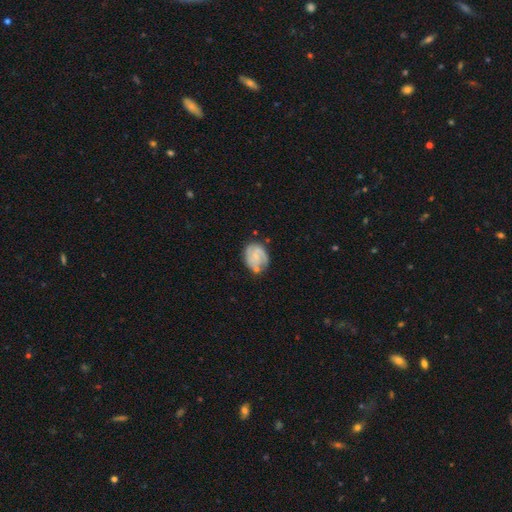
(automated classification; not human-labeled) Smooth or featured?
  - featured or disk: 68% *
  - smooth: 25%
  - star or artifact: 7%
Edge-on disk?
  - no: 98% *
  - yes: 2%
Bar?
  - no: 62% *
  - weak: 32%
  - strong: 5%
Spiral arms?
  - yes: 90% *
  - no: 10%
Spiral winding?
  - tight: 47% *
  - medium: 40%
  - loose: 13%
Spiral arm count?
  - 2: 51% *
  - can't tell: 19%
  - 3: 18%
  - 1: 6%
  - 4: 3%
  - more than 4: 3%
Bulge size?
  - small: 59% *
  - none: 20%
  - moderate: 18%
  - large: 2%
  - dominant: 1%
Merging?
  - none: 60% *
  - minor disturbance: 24%
  - major disturbance: 9%
  - merger: 7%